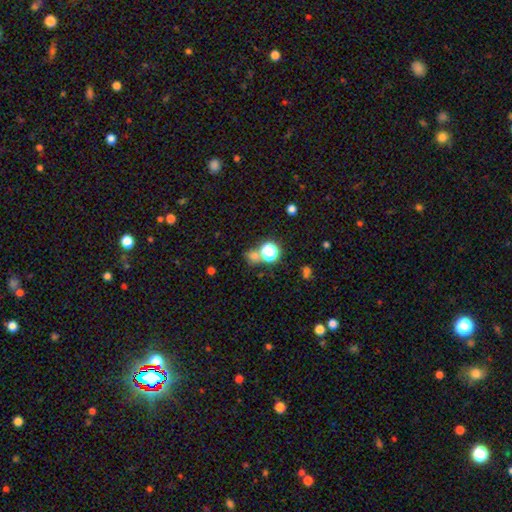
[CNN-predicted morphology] This is possibly a star or artifact rather than a galaxy (49%).